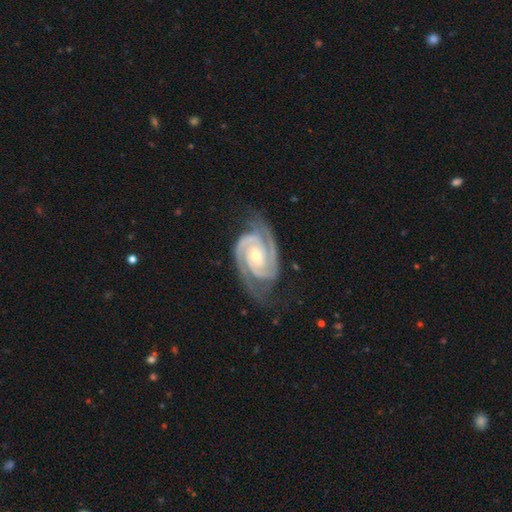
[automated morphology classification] This is clearly a featured or disk galaxy (94%). It is clearly not viewed edge-on (98%). Bar: possibly no (59%). Spiral arm pattern: clearly yes (99%). Spiral arm count: clearly 2 (86%). Spiral winding: likely tight (68%). Central bulge: possibly small (50%). Merging: likely none (74%).